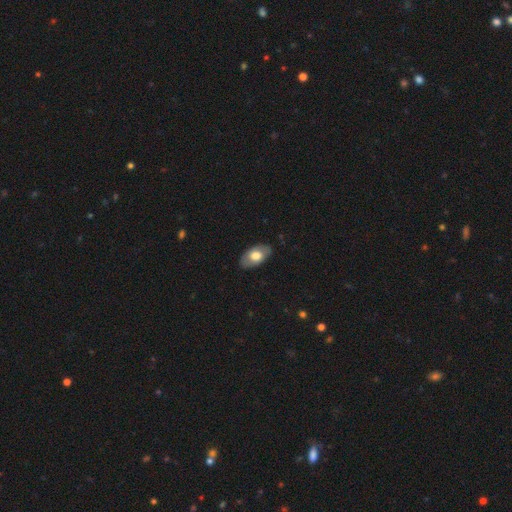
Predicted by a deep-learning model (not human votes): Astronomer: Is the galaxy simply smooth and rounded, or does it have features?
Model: smooth — 64%.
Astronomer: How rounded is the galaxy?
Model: in between — 93%.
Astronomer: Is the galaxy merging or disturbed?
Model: none — 84%.